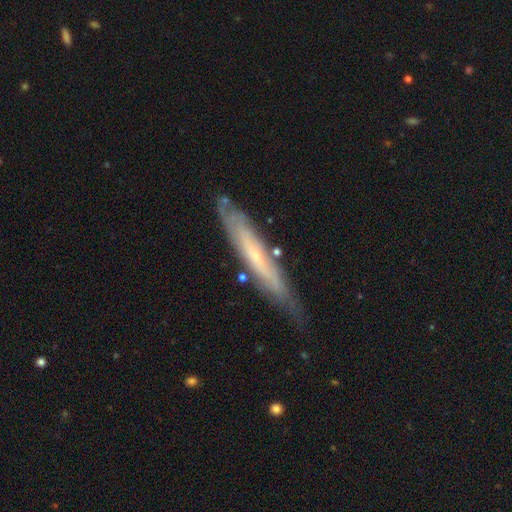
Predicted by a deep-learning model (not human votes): featured or disk 66%, smooth 28%, star or artifact 6%. Down the decision tree: edge-on disk — yes (63%); merging — none (72%).